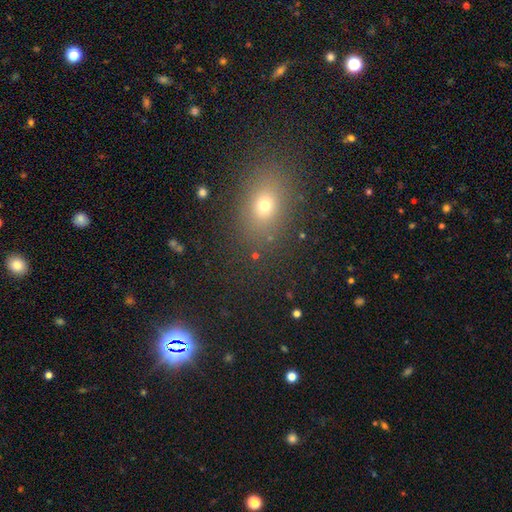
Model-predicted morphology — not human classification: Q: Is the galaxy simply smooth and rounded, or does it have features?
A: smooth — 61%.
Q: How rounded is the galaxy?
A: in between — 58%.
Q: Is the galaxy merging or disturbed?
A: none — 84%.